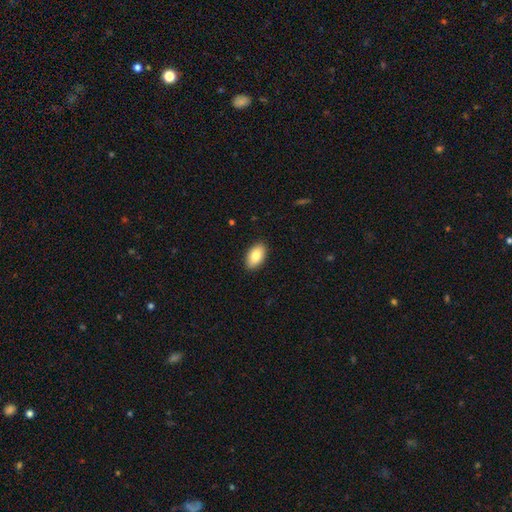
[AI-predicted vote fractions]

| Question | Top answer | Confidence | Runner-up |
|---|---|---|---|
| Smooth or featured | smooth | 83% | featured or disk (10%) |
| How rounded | in between | 94% | round (4%) |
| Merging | none | 90% | minor disturbance (7%) |